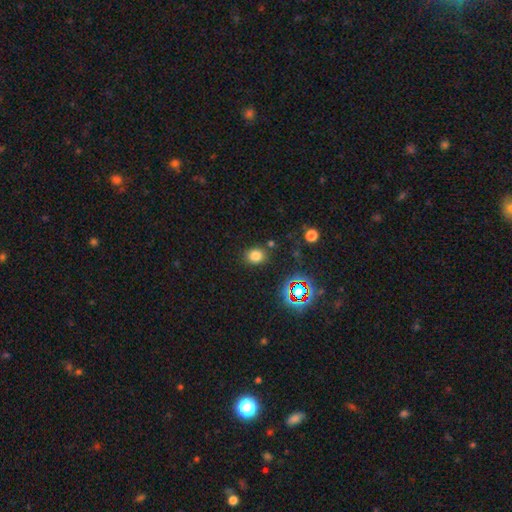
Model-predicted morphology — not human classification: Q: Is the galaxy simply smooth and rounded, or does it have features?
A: smooth — 75%.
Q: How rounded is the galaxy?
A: round — 56%.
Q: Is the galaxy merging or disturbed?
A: none — 83%.